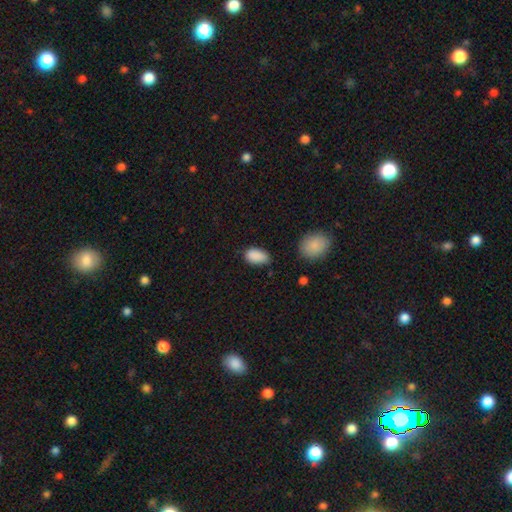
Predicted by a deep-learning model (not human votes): Q: Smooth or featured?
A: smooth (88%); runner-up: star or artifact (8%)
Q: How rounded?
A: in between (92%); runner-up: round (6%)
Q: Merging?
A: none (69%); runner-up: minor disturbance (24%)